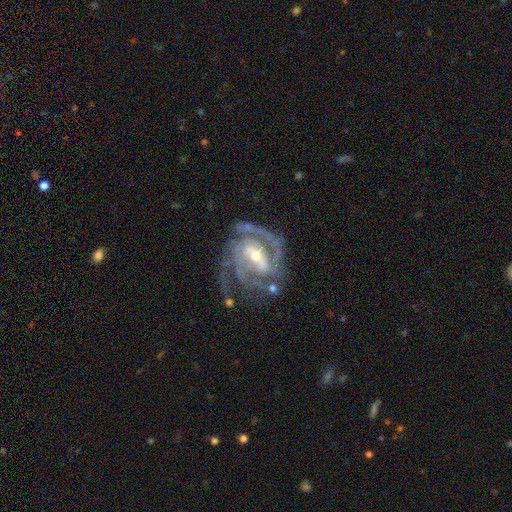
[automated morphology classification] featured or disk 92%, star or artifact 5%, smooth 3%. Down the decision tree: edge-on disk — no (98%); bar — weak (42%); spiral arms — yes (98%); spiral arm count — 3 (40%); spiral winding — tight (53%); bulge size — moderate (50%); merging — none (65%).